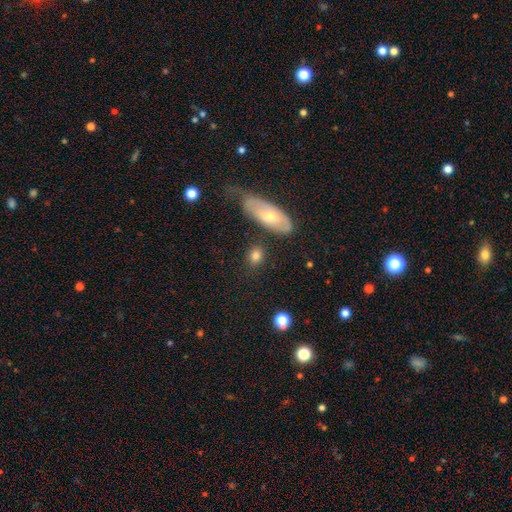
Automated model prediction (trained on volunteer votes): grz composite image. It shows a smooth galaxy with no disk features (81%) that is in between round and cigar-shaped (54%). Merging: none (78%).